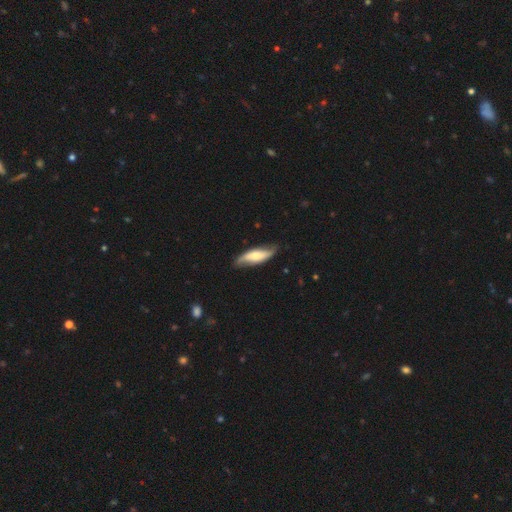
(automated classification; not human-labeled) This is possibly a featured or disk galaxy (55%). It is likely not viewed edge-on (70%). Merging: likely none (76%).